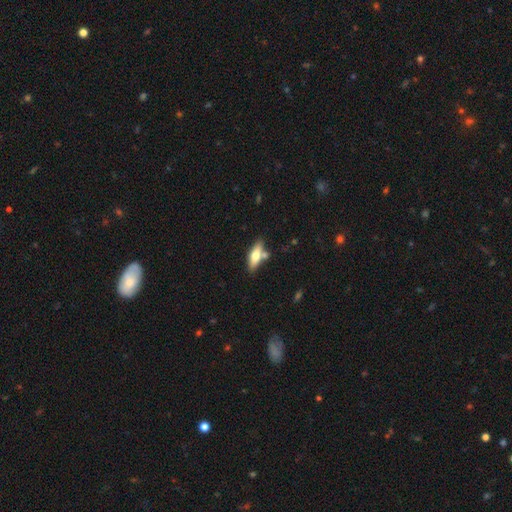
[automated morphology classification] type=smooth (61%); roundness=in between (55%); merging=none (67%).